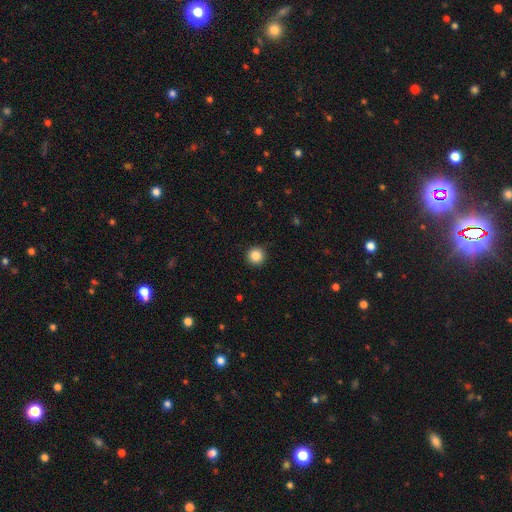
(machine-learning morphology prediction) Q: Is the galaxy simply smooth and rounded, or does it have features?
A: smooth — 86%.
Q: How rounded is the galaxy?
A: round — 96%.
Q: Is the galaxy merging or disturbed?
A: none — 92%.